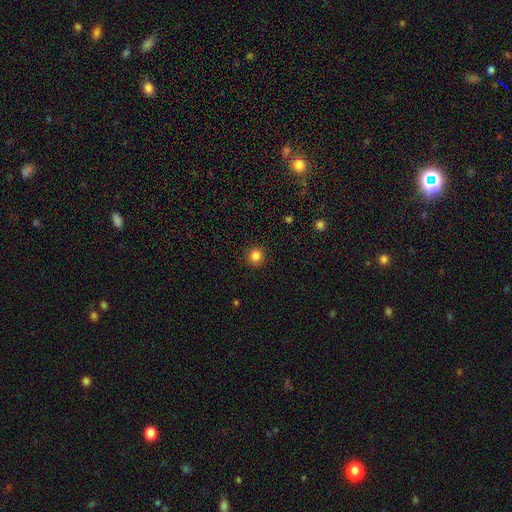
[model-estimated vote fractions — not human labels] Smooth or featured? Predicted: smooth (p=0.84). How rounded? Predicted: round (p=0.94). Merging? Predicted: none (p=0.92).